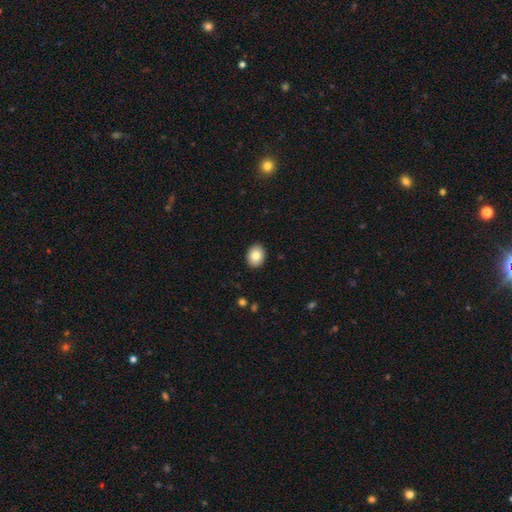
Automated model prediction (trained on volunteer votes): Overall: smooth (84%). How rounded: in between (55%; round 44%). Merging: none (91%).